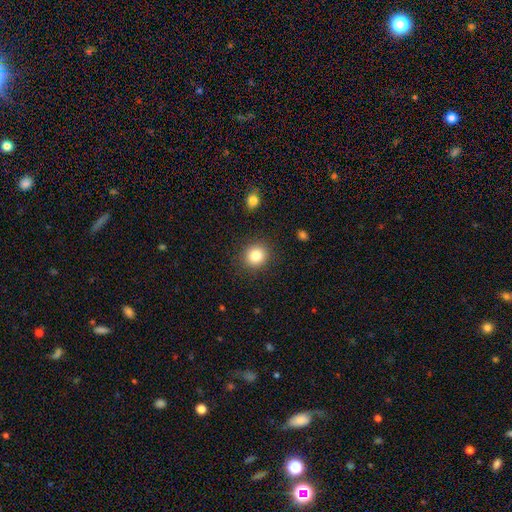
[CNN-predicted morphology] type=smooth (83%); roundness=round (87%); merging=none (89%).